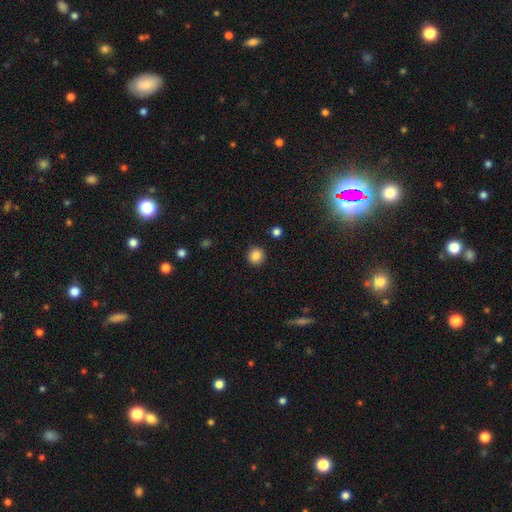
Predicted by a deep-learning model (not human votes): Smooth or featured: smooth — 86% (star or artifact — 10%)
How rounded: round — 94% (in between — 5%)
Merging: none — 92% (minor disturbance — 5%)